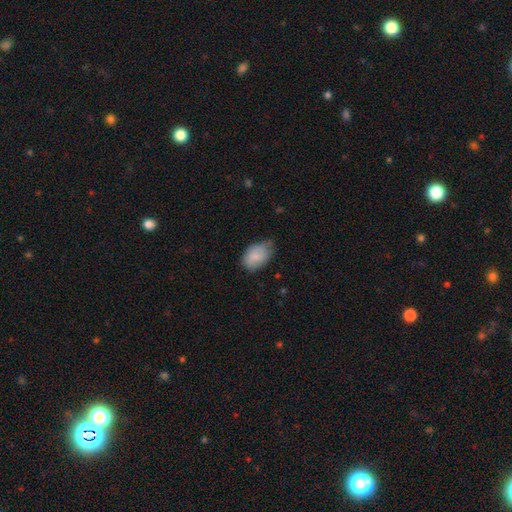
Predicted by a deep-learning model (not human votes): This is likely a smooth galaxy (80%). How rounded: clearly in between (89%). Merging: possibly none (53%).